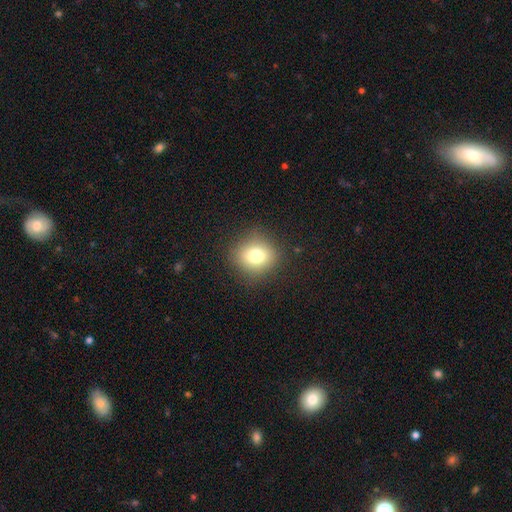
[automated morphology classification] This appears to be a smooth galaxy with no disk features (79%) that is round (73%). Merging: none (86%).